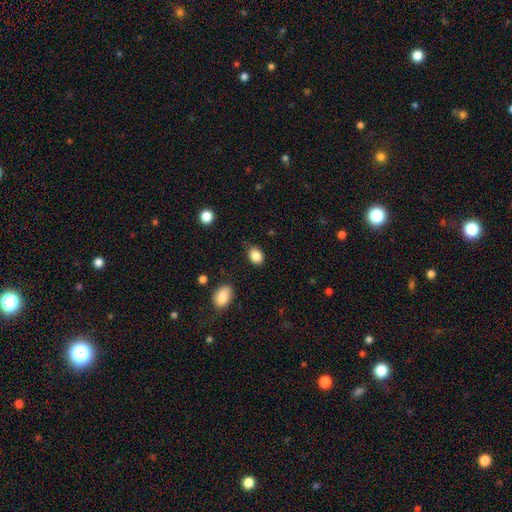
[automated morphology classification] This is clearly a smooth galaxy (85%). How rounded: likely in between (60%). Merging: clearly none (82%).